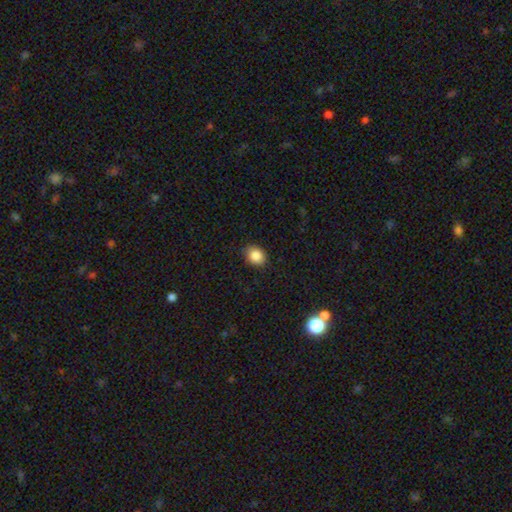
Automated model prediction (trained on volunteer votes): Morphology: type=smooth (86%); roundness=round (52%); merging=none (85%).